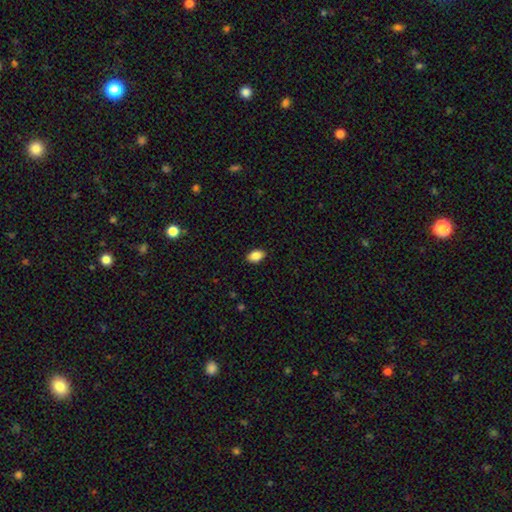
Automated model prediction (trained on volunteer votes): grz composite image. It shows a smooth galaxy with no disk features (87%) that is in between round and cigar-shaped (89%). Merging: none (89%).